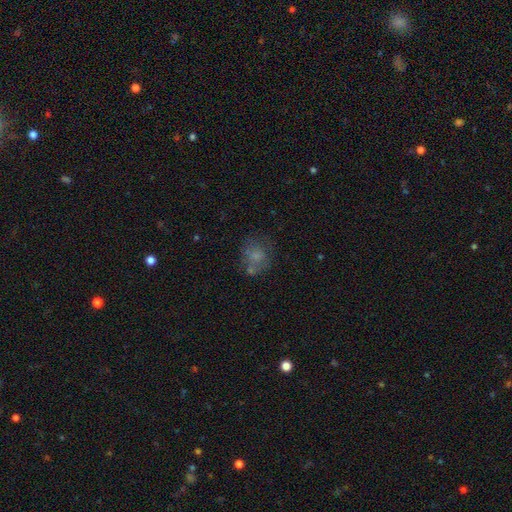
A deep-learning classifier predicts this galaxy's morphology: Smooth or featured? smooth (63%)
How rounded? round (64%)
Merging? none (47%)